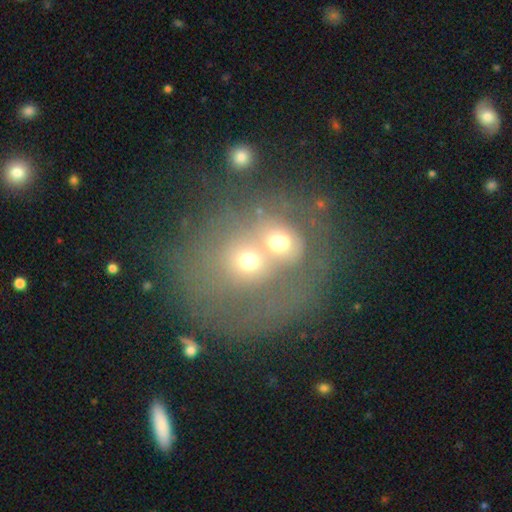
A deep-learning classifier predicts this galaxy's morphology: Smooth or featured: featured or disk — 43% (smooth — 41%)
Merging: merger — 71% (none — 16%)